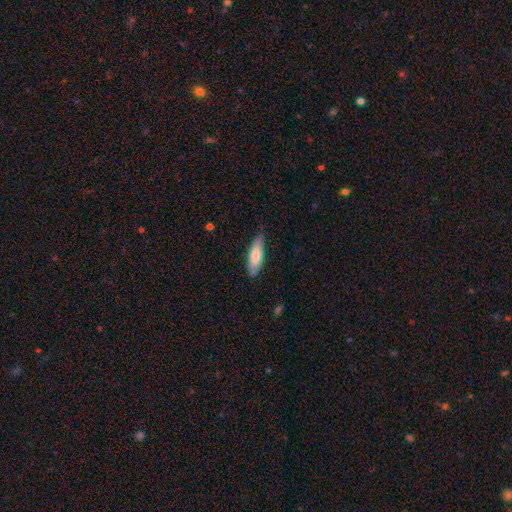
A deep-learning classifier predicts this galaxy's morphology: Overall: smooth (80%). How rounded: cigar-shaped (51%; in between 47%). Merging: none (77%).